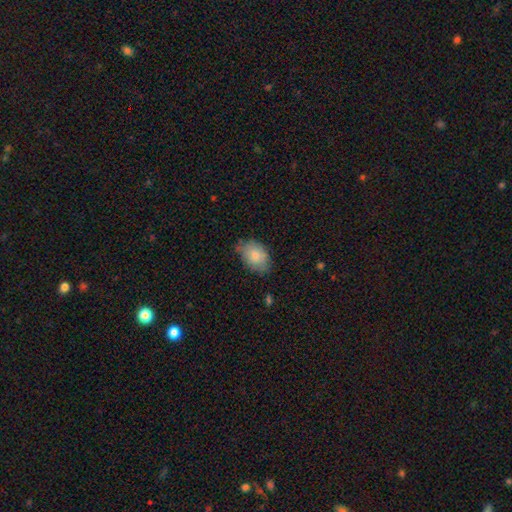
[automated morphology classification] type=smooth (79%); roundness=in between (84%); merging=none (67%).